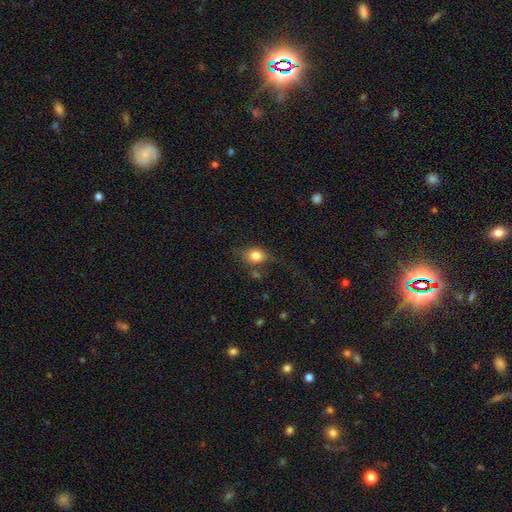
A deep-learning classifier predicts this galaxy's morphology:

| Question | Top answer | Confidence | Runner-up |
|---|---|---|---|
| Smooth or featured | smooth | 81% | star or artifact (10%) |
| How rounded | in between | 61% | round (37%) |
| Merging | none | 65% | minor disturbance (21%) |